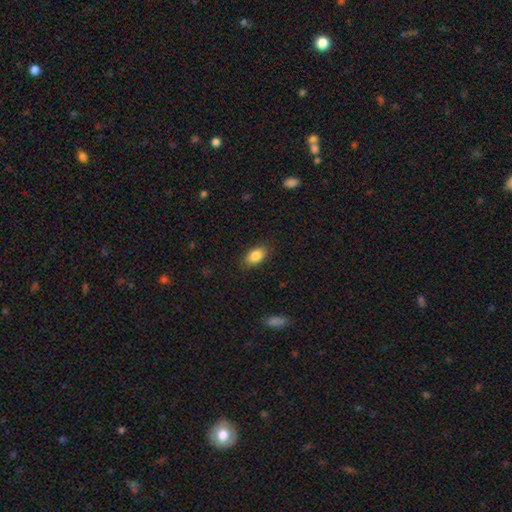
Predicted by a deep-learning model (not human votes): smooth 87%, star or artifact 7%, featured or disk 6%. Down the decision tree: how rounded — in between (91%); merging — none (86%).